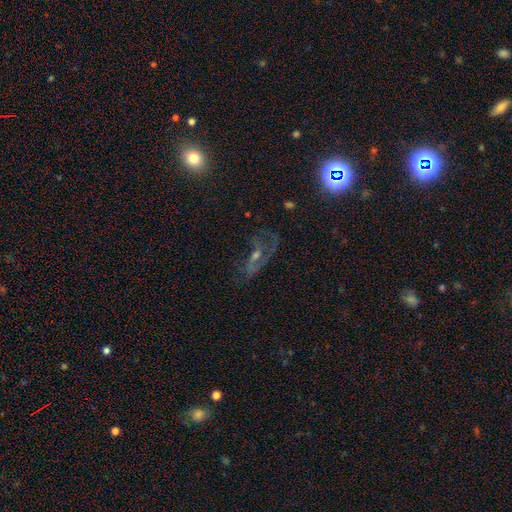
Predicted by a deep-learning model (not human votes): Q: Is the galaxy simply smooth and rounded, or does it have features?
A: featured or disk — 61%.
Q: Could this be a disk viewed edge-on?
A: no — 88%.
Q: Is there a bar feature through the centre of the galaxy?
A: no — 47%.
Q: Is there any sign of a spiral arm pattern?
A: yes — 77%.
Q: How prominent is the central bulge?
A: small — 47%.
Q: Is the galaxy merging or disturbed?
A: none — 57%.